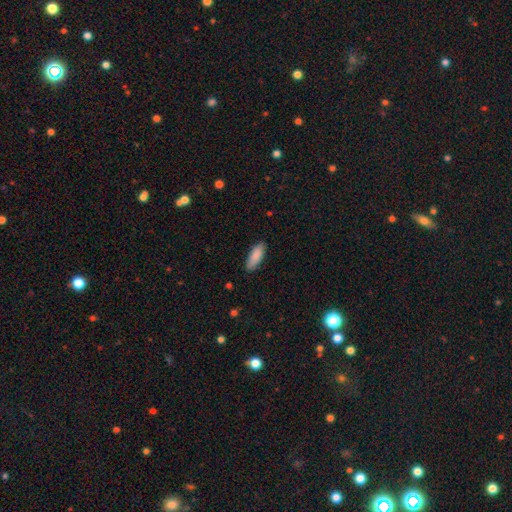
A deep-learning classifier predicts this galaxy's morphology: smooth_or_featured: smooth (p=0.89) [alt: star or artifact p=0.06]
how_rounded: in between (p=0.68) [alt: cigar-shaped p=0.30]
merging: none (p=0.87) [alt: minor disturbance p=0.10]